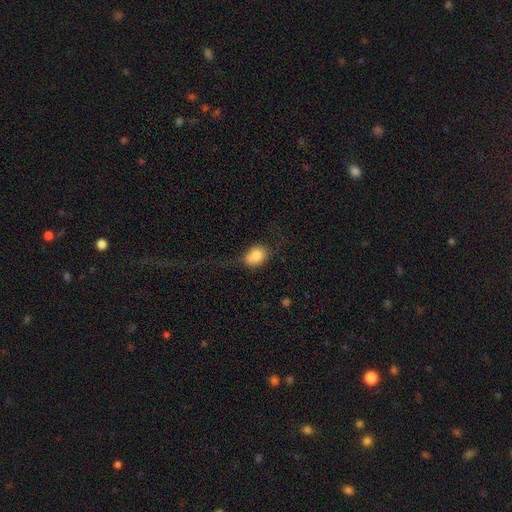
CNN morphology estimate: smooth 79%, featured or disk 13%, star or artifact 8%. Down the decision tree: how rounded — in between (71%); merging — none (53%).